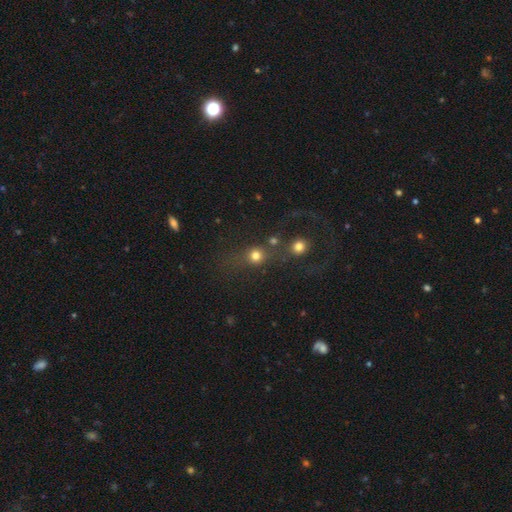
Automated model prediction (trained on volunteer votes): A smooth galaxy with no disk features (71%) that is round (86%). Merging: none (55%).